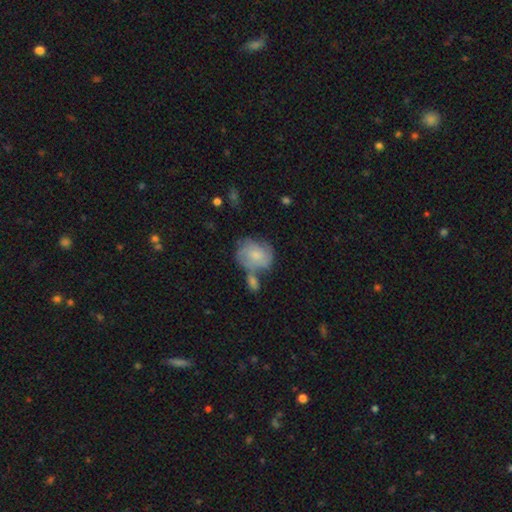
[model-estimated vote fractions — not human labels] Smooth or featured?
  - featured or disk: 53% *
  - smooth: 40%
  - star or artifact: 7%
Edge-on disk?
  - no: 97% *
  - yes: 3%
Bar?
  - no: 74% *
  - weak: 23%
  - strong: 3%
Spiral arms?
  - yes: 84% *
  - no: 16%
Bulge size?
  - small: 59% *
  - moderate: 28%
  - none: 8%
  - large: 3%
  - dominant: 1%
Merging?
  - none: 38% *
  - merger: 32%
  - minor disturbance: 19%
  - major disturbance: 11%